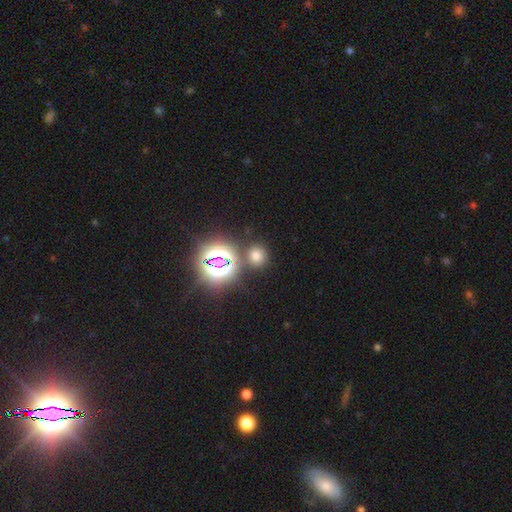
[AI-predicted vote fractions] smooth 63%, star or artifact 31%, featured or disk 7%. Down the decision tree: how rounded — round (82%); merging — none (81%).